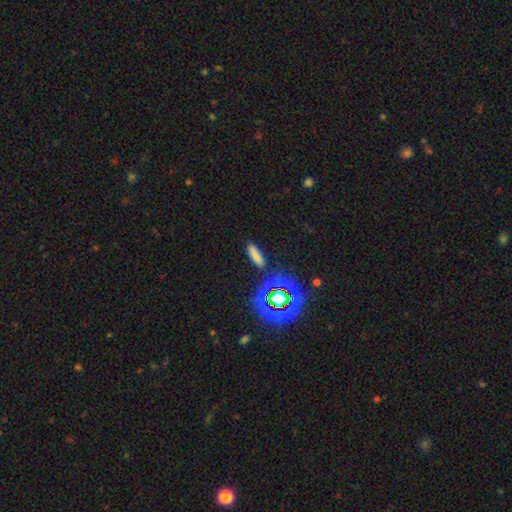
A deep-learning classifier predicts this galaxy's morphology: This is likely a smooth galaxy (72%). How rounded: likely cigar-shaped (61%). Merging: clearly none (86%).